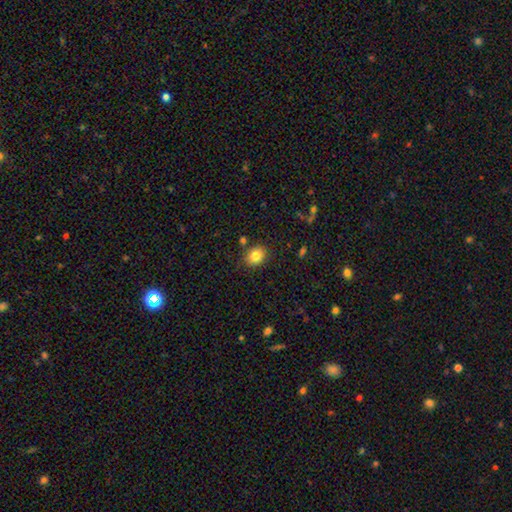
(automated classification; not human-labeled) This is clearly a smooth galaxy (83%). How rounded: possibly in between (51%). Merging: clearly none (84%).